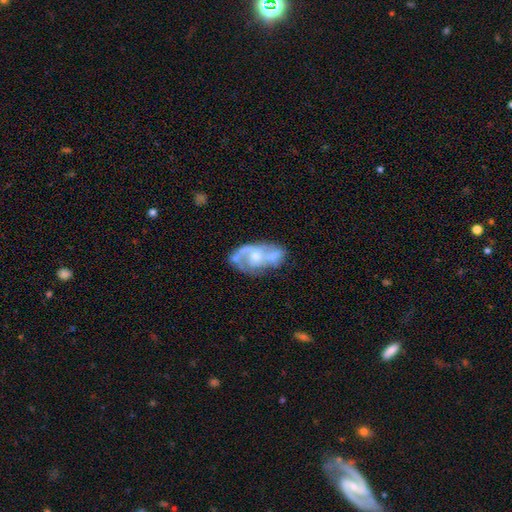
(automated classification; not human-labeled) A featured or disk galaxy (77%) with no bar (69%), 2 (51%) medium (46%) spiral arms (78%) and a moderate central bulge (56%). Merging: none (47%).